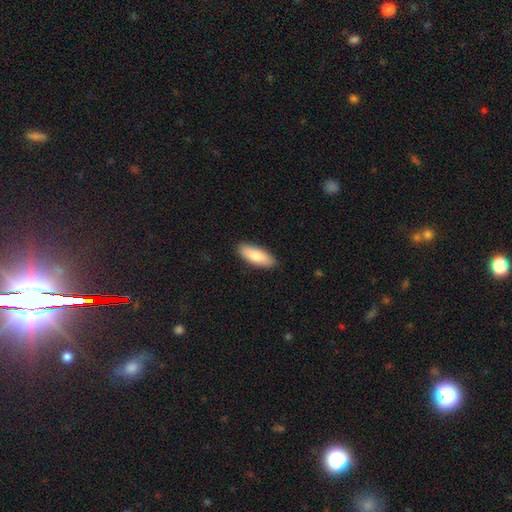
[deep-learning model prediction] smooth 81%, featured or disk 14%, star or artifact 5%. Down the decision tree: how rounded — in between (70%); merging — none (89%).